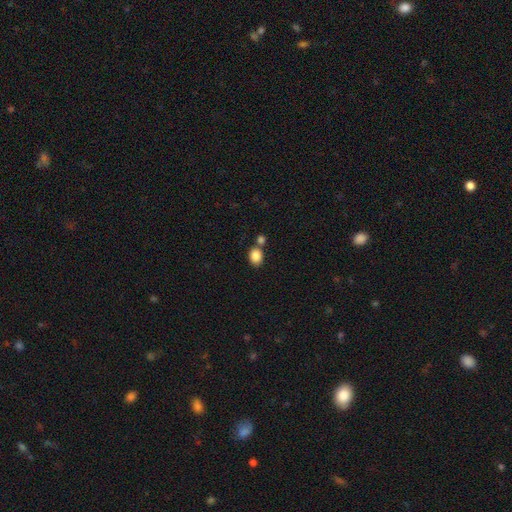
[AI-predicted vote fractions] Smooth or featured: smooth — 87% (star or artifact — 9%)
How rounded: in between — 58% (round — 41%)
Merging: none — 60% (merger — 26%)